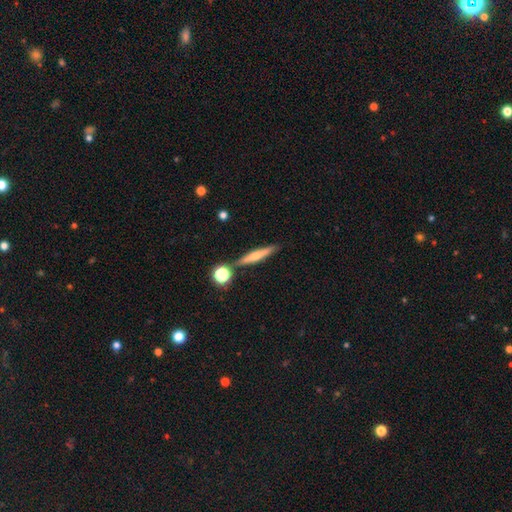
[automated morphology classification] A smooth galaxy with no disk features (50%).

Vote fractions:
- Smooth or featured? smooth: 50% / featured or disk: 42% / star or artifact: 8%
- Merging? none: 78% / minor disturbance: 10% / merger: 9% / major disturbance: 3%